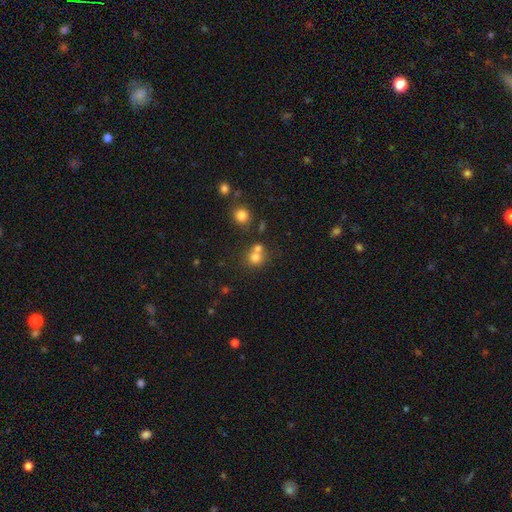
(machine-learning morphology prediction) type=smooth (73%); roundness=round (84%); merging=none (46%).